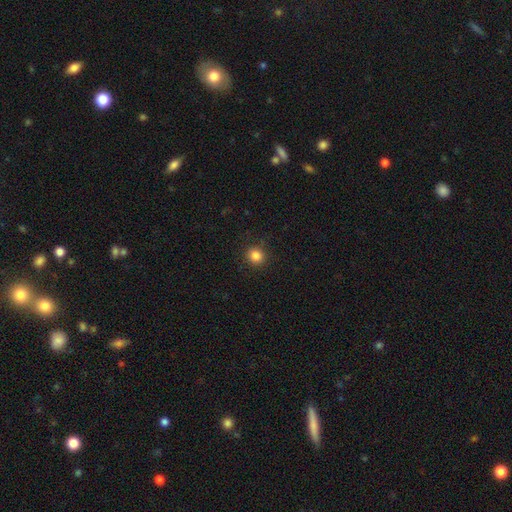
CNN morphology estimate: This is clearly a smooth galaxy (84%). How rounded: clearly round (89%). Merging: clearly none (89%).